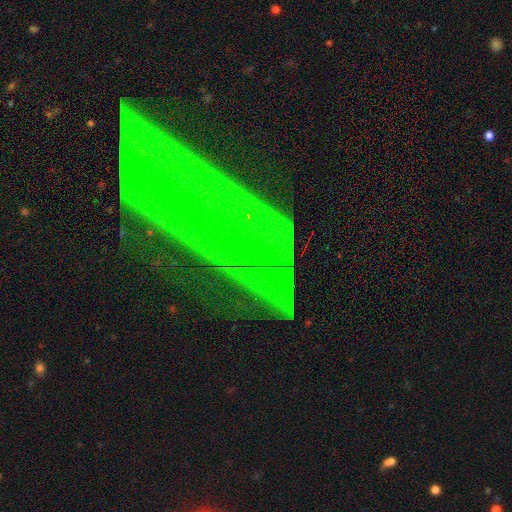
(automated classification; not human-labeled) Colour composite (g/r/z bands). It shows a star or artifact, not a galaxy (53%).